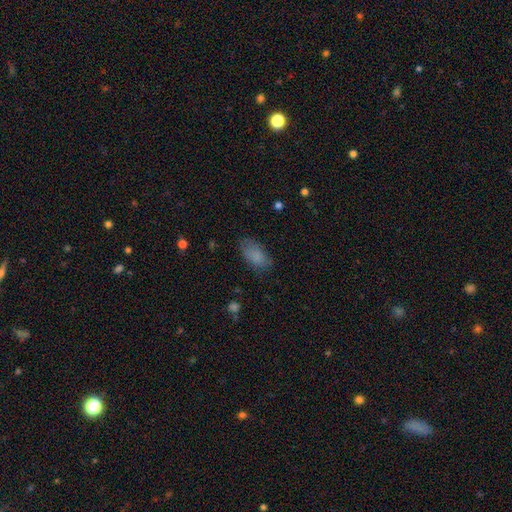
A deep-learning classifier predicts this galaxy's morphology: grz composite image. It shows a smooth galaxy with no disk features (83%) that is in between round and cigar-shaped (92%). Merging: none (74%).